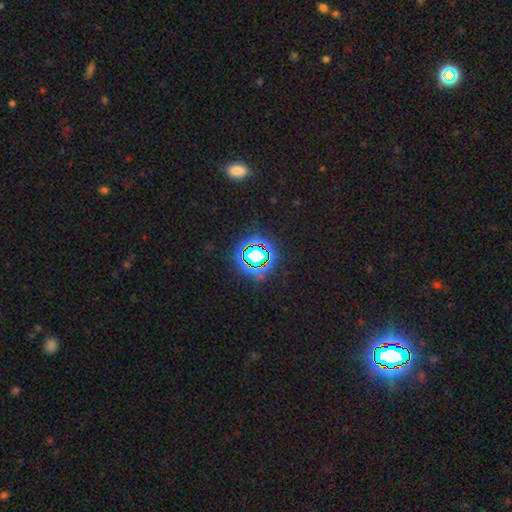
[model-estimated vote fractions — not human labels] A star or artifact, not a galaxy (70%).

Vote fractions:
- Smooth or featured? star or artifact: 70% / smooth: 19% / featured or disk: 11%